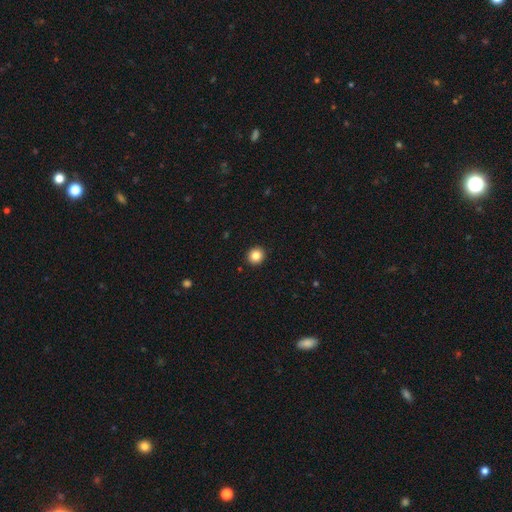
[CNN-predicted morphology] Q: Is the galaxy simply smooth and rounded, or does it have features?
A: smooth — 85%.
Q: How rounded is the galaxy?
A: round — 92%.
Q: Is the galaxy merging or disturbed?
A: none — 94%.